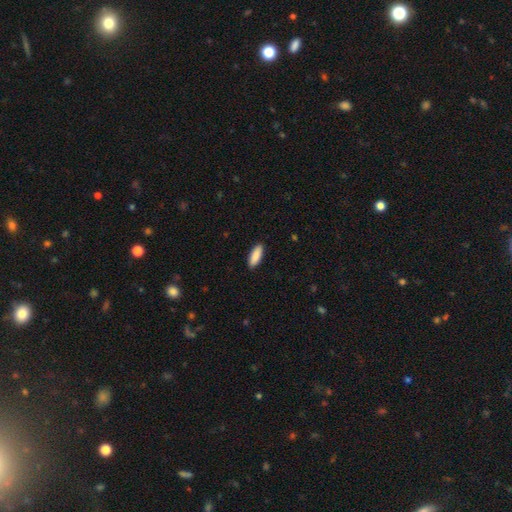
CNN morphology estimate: smooth_or_featured: smooth (p=0.90) [alt: star or artifact p=0.05]
how_rounded: in between (p=0.66) [alt: cigar-shaped p=0.32]
merging: none (p=0.90) [alt: minor disturbance p=0.07]